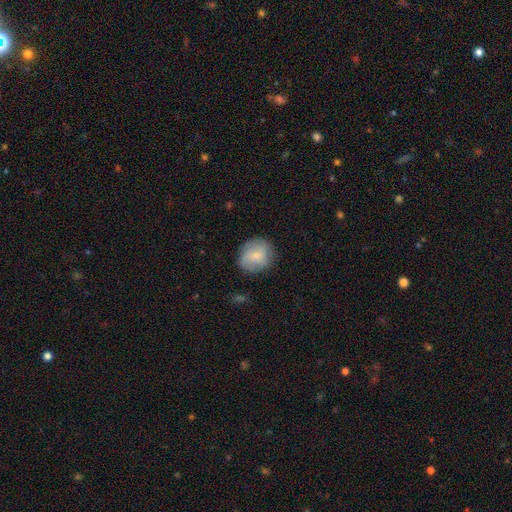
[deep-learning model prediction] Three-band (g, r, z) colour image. It shows a smooth galaxy with no disk features (67%) that is round (82%). Merging: none (78%).